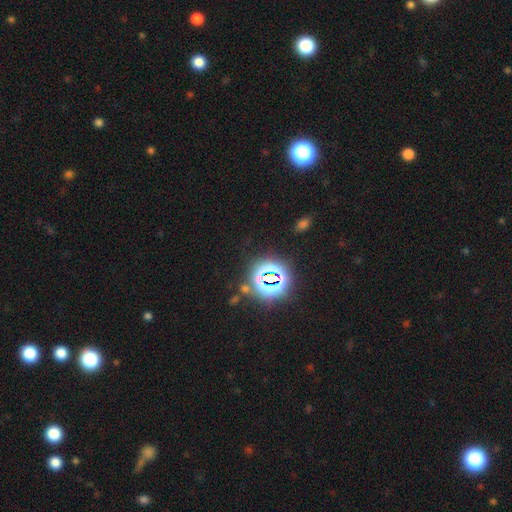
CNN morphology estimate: smooth-or-featured: star or artifact: 82% | smooth: 12% | featured or disk: 6%